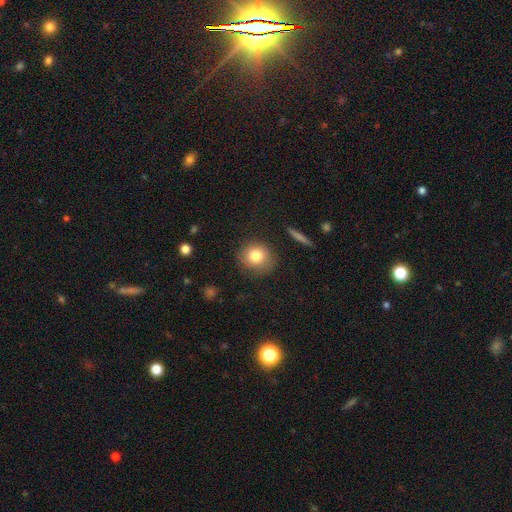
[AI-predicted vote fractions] Smooth or featured: smooth — 80% (featured or disk — 10%)
How rounded: round — 86% (in between — 13%)
Merging: none — 84% (minor disturbance — 11%)